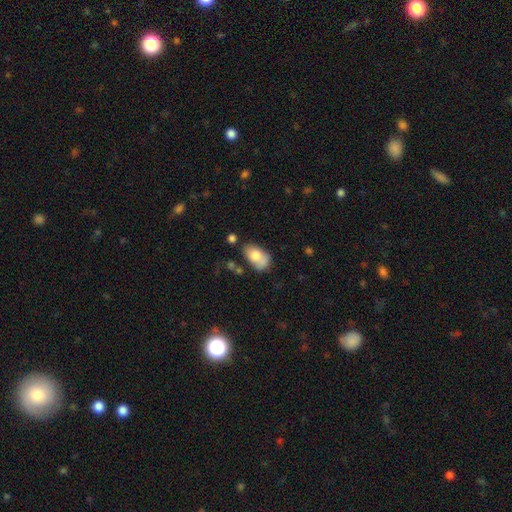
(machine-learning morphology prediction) A smooth galaxy with no disk features (74%) that is in between round and cigar-shaped (87%).

Vote fractions:
- Smooth or featured? smooth: 74% / featured or disk: 18% / star or artifact: 8%
- How rounded? in between: 87% / round: 11% / cigar-shaped: 1%
- Merging? none: 41% / minor disturbance: 26% / merger: 20% / major disturbance: 13%